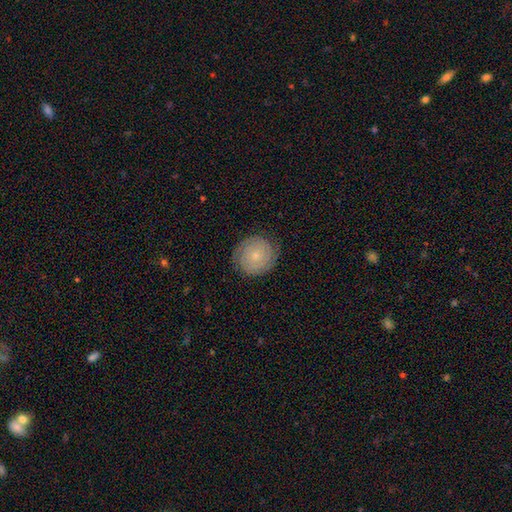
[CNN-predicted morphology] type=featured or disk (66%); edge-on=no (97%); bar=no (83%); spiral arms=yes (92%); winding=tight (83%); arm count=2 (53%); bulge=small (74%); merging=none (84%).